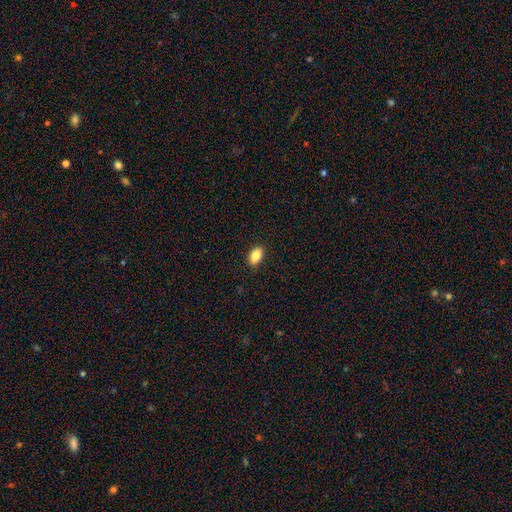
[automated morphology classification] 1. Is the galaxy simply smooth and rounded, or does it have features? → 86% smooth, 8% star or artifact, 6% featured or disk.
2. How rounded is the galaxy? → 90% in between, 8% round, 2% cigar-shaped.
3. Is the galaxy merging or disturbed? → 89% none, 8% minor disturbance, 2% major disturbance, 1% merger.